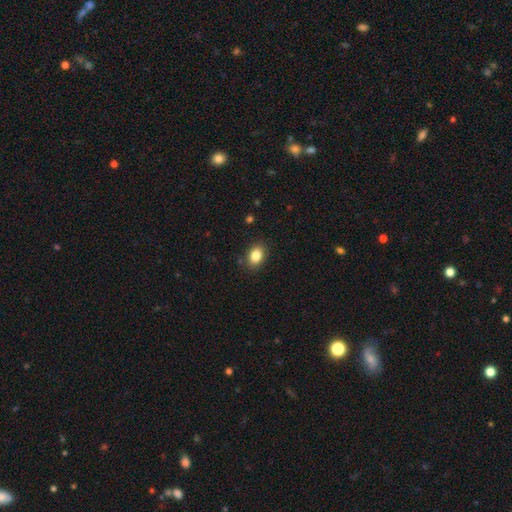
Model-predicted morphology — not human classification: Overall: smooth (85%). How rounded: in between (73%). Merging: none (86%).